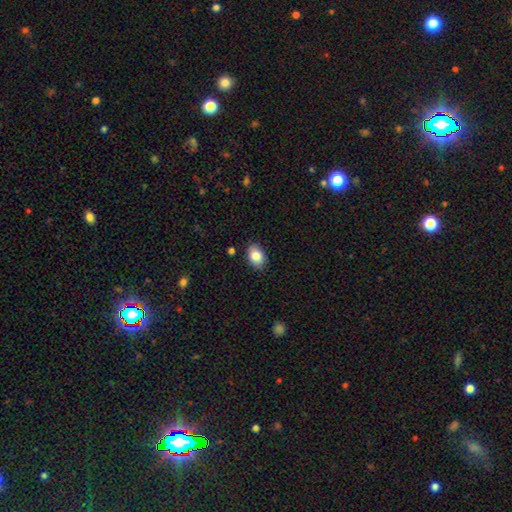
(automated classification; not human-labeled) Overall: smooth (85%). How rounded: in between (82%). Merging: none (87%).